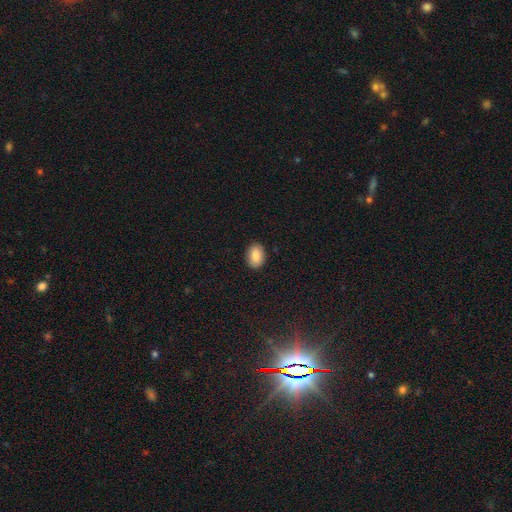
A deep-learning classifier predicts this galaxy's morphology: The model was most divided on "how rounded": in between: 81%, round: 18%, cigar-shaped: 1%. More confident: merging — none (89%); smooth or featured — smooth (85%).